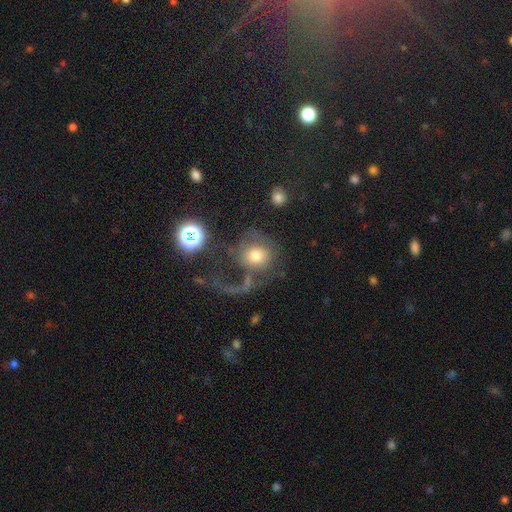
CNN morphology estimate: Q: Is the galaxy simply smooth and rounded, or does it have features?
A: smooth — 45%.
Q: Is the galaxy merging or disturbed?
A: major disturbance — 51%.